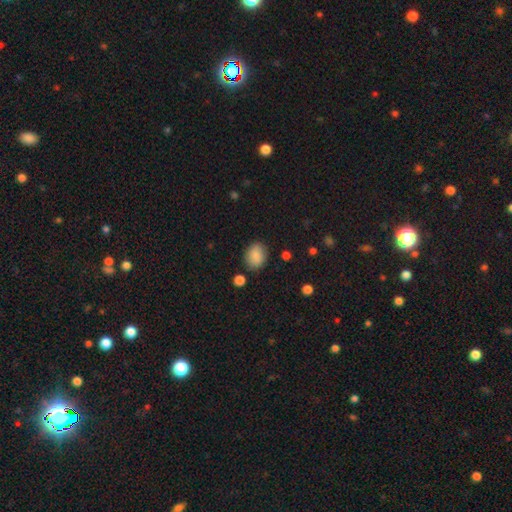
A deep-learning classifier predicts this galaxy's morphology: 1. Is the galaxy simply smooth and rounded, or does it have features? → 86% smooth, 8% star or artifact, 6% featured or disk.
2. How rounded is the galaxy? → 58% in between, 41% round, 1% cigar-shaped.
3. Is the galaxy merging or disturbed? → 82% none, 12% minor disturbance, 3% major disturbance, 3% merger.